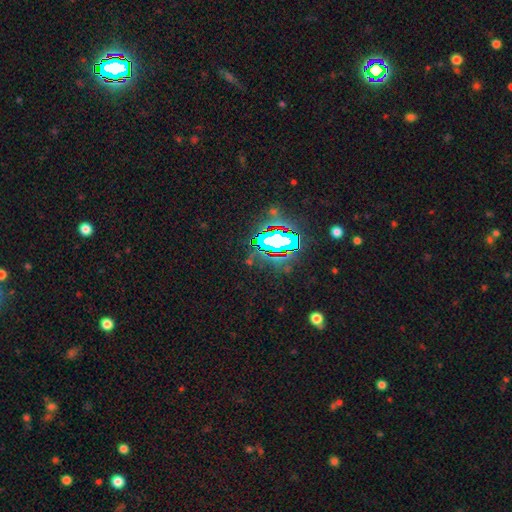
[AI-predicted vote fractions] Morphology: type=star or artifact (81%).